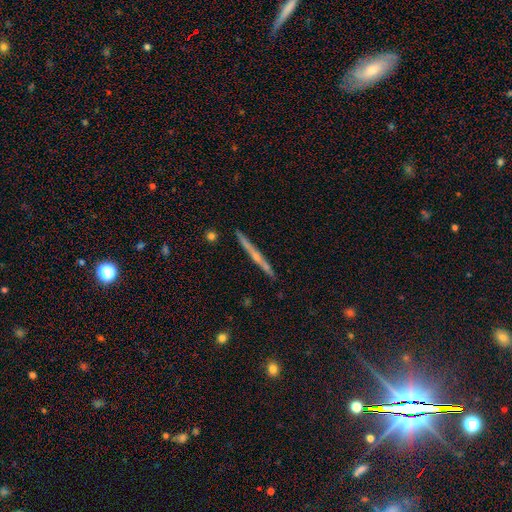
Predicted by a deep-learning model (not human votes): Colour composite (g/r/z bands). It shows a featured or disk galaxy (66%) viewed edge-on (98%) with a rounded central bulge (50%). Merging: none (89%).